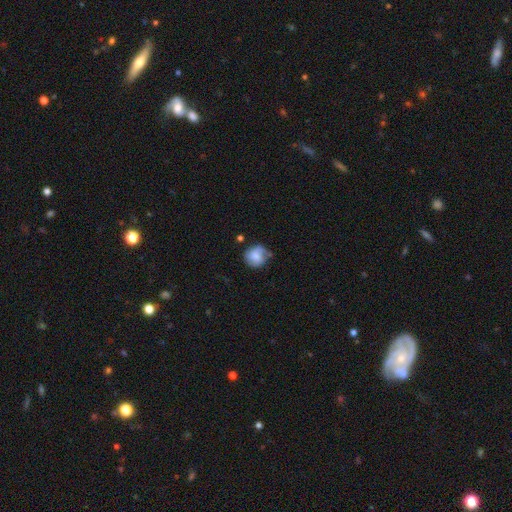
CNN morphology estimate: smooth_or_featured: smooth (p=0.59) [alt: featured or disk p=0.33]
how_rounded: round (p=0.82) [alt: in between p=0.17]
merging: none (p=0.58) [alt: minor disturbance p=0.27]